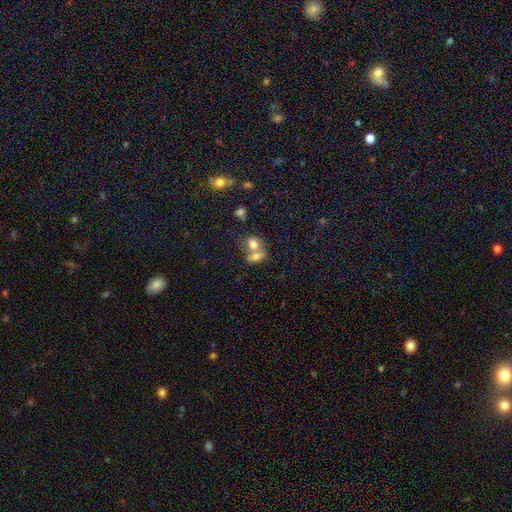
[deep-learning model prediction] A smooth galaxy with no disk features (72%) that is in between round and cigar-shaped (67%).

Vote fractions:
- Smooth or featured? smooth: 72% / featured or disk: 18% / star or artifact: 10%
- How rounded? in between: 67% / round: 30% / cigar-shaped: 3%
- Merging? merger: 69% / none: 21% / minor disturbance: 6% / major disturbance: 4%